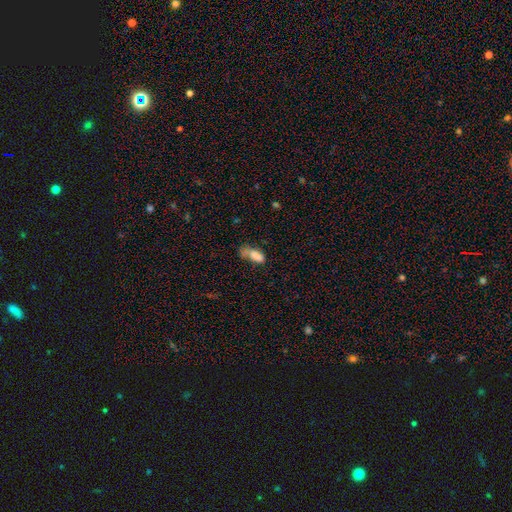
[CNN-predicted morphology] A smooth galaxy with no disk features (78%) that is in between round and cigar-shaped (80%).

Vote fractions:
- Smooth or featured? smooth: 78% / featured or disk: 12% / star or artifact: 10%
- How rounded? in between: 80% / cigar-shaped: 16% / round: 3%
- Merging? major disturbance: 30% / none: 28% / minor disturbance: 28% / merger: 13%